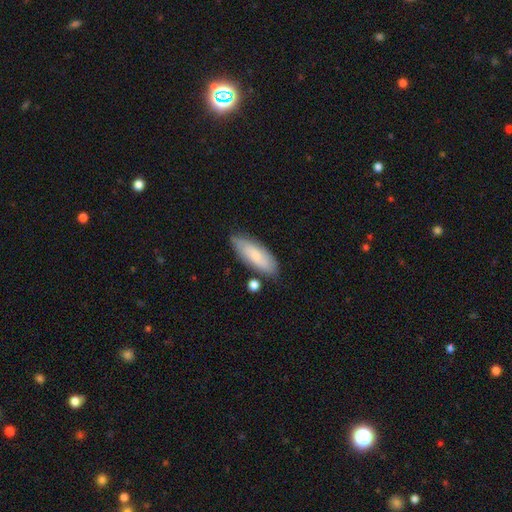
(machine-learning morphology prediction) smooth_or_featured: smooth (p=0.70) [alt: featured or disk p=0.24]
how_rounded: in between (p=0.68) [alt: cigar-shaped p=0.30]
merging: none (p=0.73) [alt: minor disturbance p=0.19]